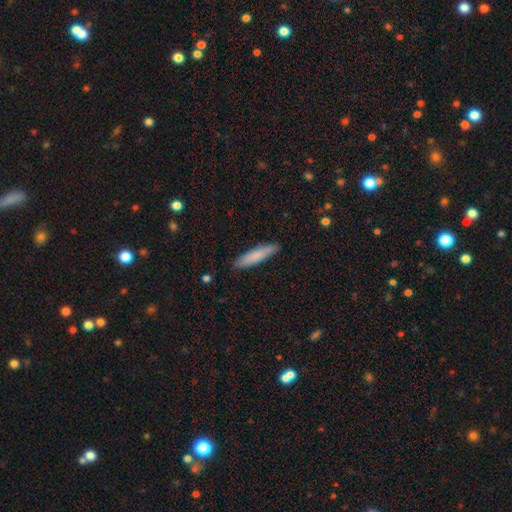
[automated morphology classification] Smooth or featured: smooth — 81% (featured or disk — 14%)
How rounded: cigar-shaped — 85% (in between — 14%)
Merging: none — 89% (minor disturbance — 8%)